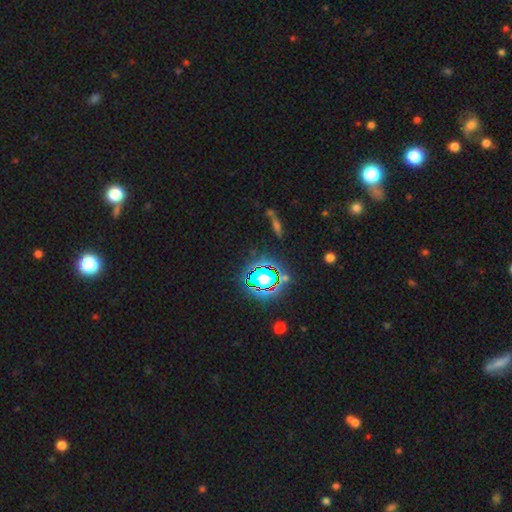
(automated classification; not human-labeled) Smooth or featured? star or artifact (80%)